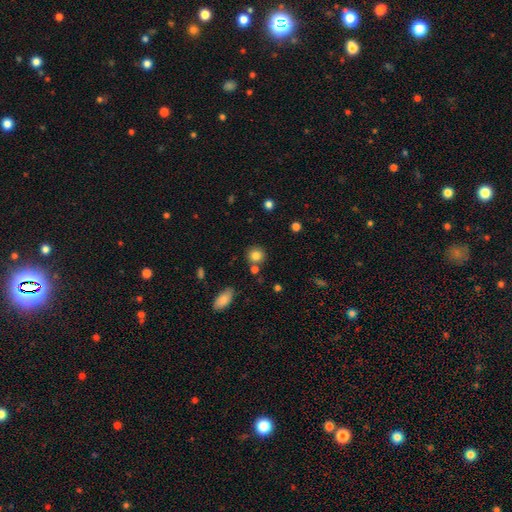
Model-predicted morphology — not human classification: smooth-or-featured: smooth: 82% | star or artifact: 11% | featured or disk: 7%
  how-rounded: round: 89% | in between: 10% | cigar-shaped: 1%
  merging: none: 78% | merger: 10% | minor disturbance: 9% | major disturbance: 3%